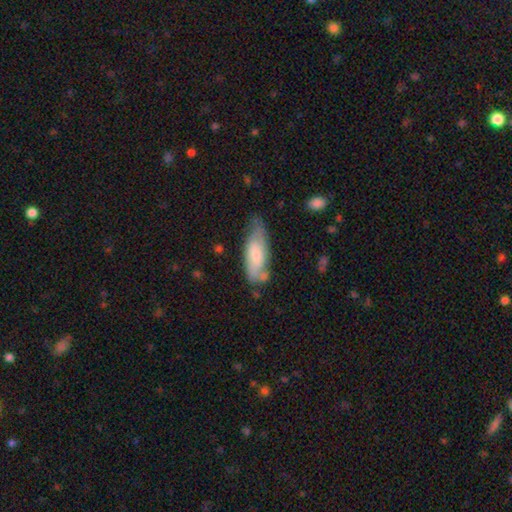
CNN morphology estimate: smooth_or_featured: smooth (p=0.61) [alt: featured or disk p=0.33]
how_rounded: in between (p=0.67) [alt: cigar-shaped p=0.31]
merging: none (p=0.52) [alt: minor disturbance p=0.33]